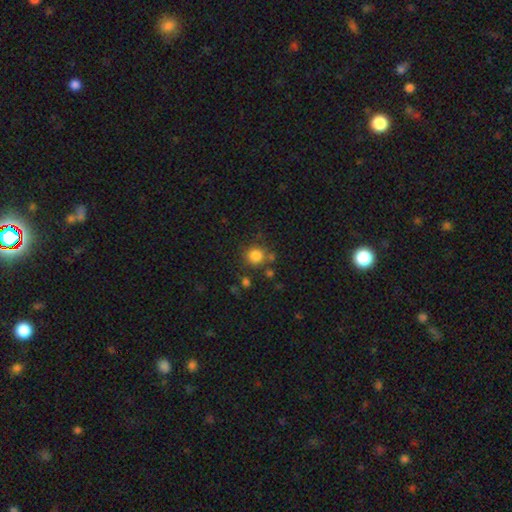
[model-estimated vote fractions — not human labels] Morphology: type=smooth (83%); roundness=round (90%); merging=none (73%).